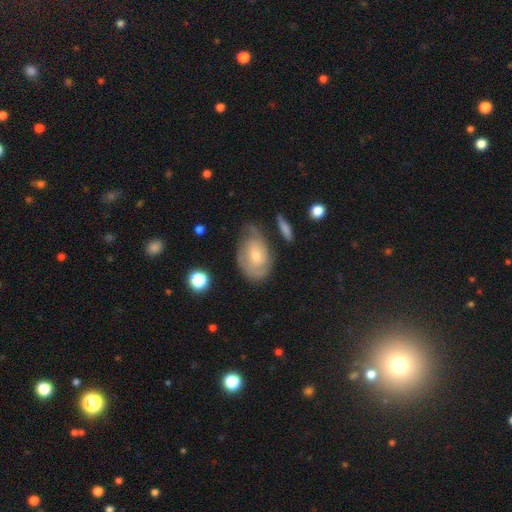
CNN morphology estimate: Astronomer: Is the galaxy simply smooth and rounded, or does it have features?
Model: featured or disk — 64%.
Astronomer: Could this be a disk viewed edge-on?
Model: no — 94%.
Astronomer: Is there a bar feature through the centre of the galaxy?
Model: no — 75%.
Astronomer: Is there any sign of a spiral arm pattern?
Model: yes — 79%.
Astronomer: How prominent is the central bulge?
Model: small — 54% (runner-up: moderate, 41%).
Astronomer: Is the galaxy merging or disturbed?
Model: none — 58%.